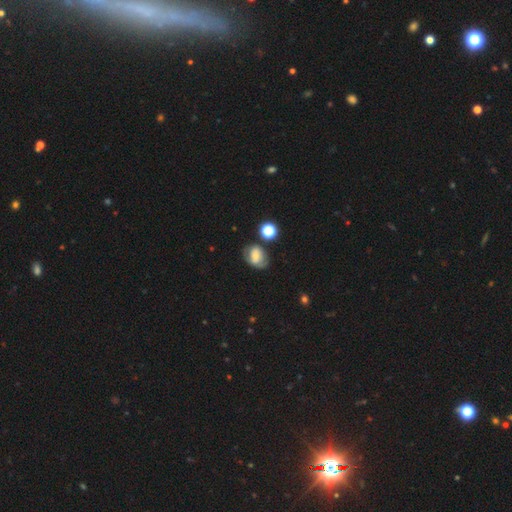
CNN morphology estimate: Smooth or featured? smooth (52%)
How rounded? in between (58%)
Merging? none (55%)